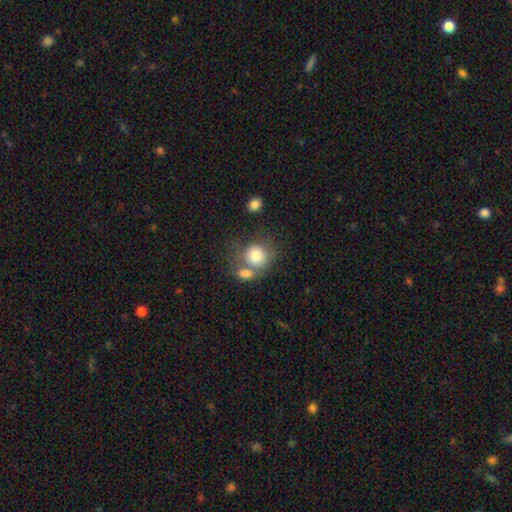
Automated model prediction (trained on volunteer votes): Morphology: type=smooth (81%); roundness=round (76%); merging=merger (41%).